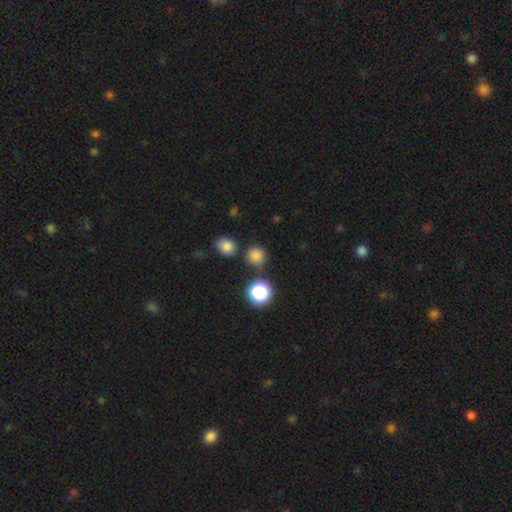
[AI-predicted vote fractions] A smooth galaxy with no disk features (78%) that is round (91%). Merging: none (79%).